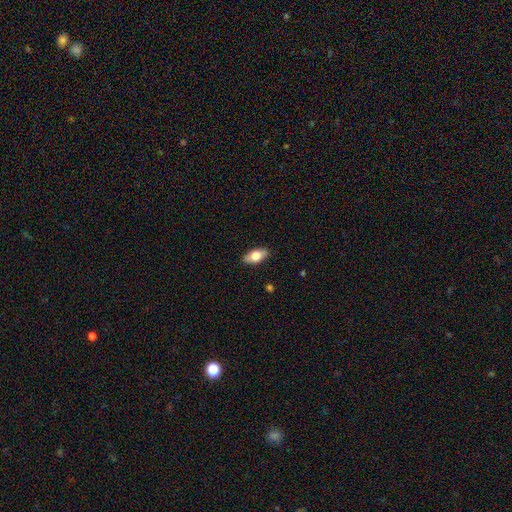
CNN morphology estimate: smooth_or_featured: smooth (p=0.73) [alt: featured or disk p=0.20]
how_rounded: in between (p=0.89) [alt: cigar-shaped p=0.07]
merging: none (p=0.88) [alt: minor disturbance p=0.09]